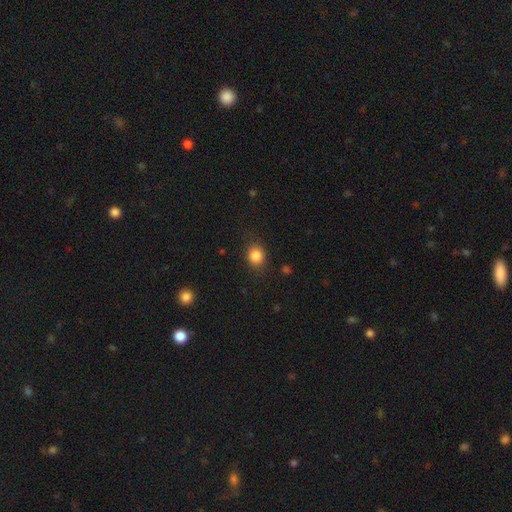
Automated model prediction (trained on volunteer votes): smooth 84%, star or artifact 10%, featured or disk 5%. Down the decision tree: how rounded — round (67%); merging — none (82%).